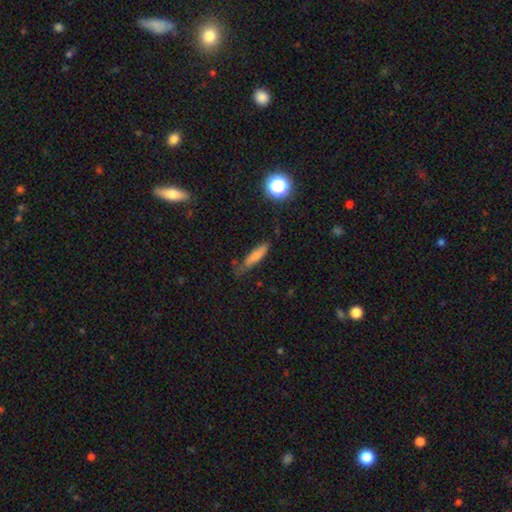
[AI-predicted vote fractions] The model was most divided on "merging": none: 63%, minor disturbance: 27%, major disturbance: 7%, merger: 3%. More confident: smooth or featured — smooth (75%); how rounded — cigar-shaped (70%).